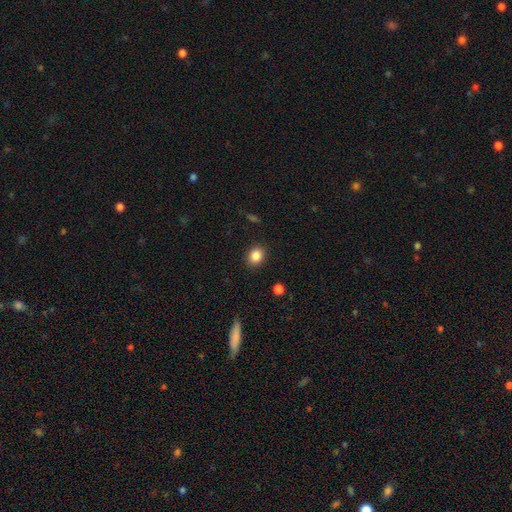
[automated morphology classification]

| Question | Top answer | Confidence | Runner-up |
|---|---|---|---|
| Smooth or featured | smooth | 86% | star or artifact (10%) |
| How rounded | round | 59% | in between (40%) |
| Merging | none | 90% | minor disturbance (7%) |